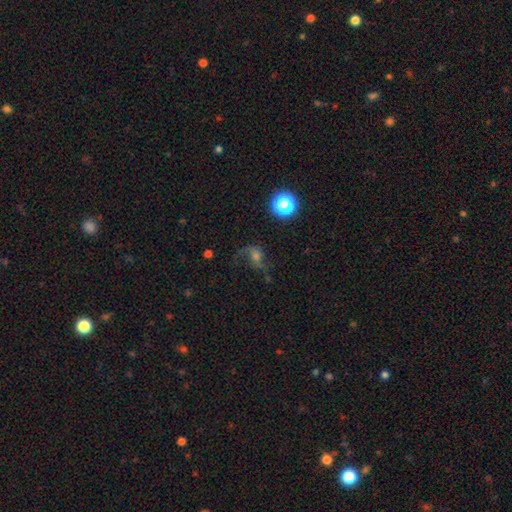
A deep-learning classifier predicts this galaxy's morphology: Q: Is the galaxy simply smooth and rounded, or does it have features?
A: featured or disk — 55%.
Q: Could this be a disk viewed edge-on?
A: no — 96%.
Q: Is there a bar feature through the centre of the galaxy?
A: no — 65%.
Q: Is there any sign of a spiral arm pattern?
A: yes — 88%.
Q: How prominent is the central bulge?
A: moderate — 47%.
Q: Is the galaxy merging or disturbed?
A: none — 50%.